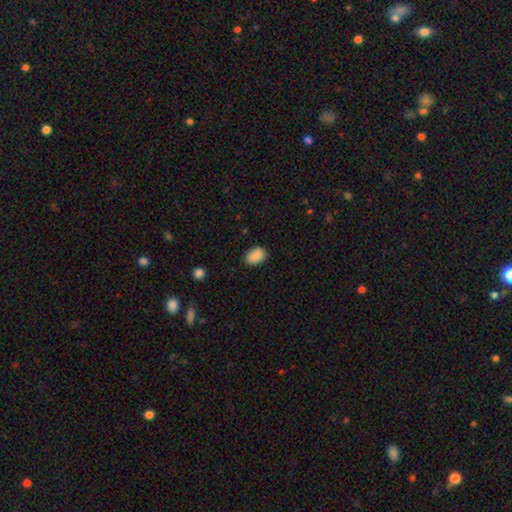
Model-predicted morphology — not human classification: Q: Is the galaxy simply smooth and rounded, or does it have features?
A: smooth — 89%.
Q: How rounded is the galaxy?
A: in between — 89%.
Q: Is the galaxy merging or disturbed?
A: none — 85%.